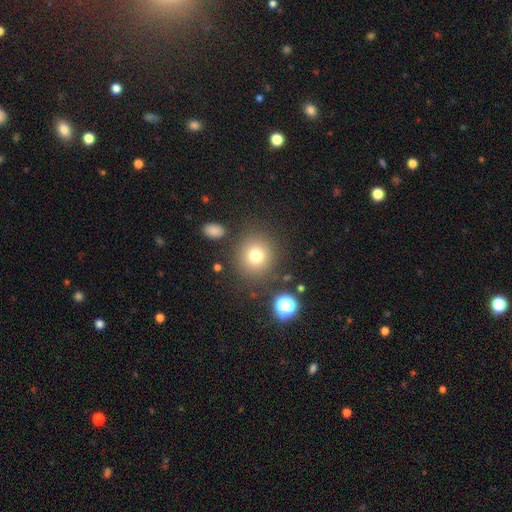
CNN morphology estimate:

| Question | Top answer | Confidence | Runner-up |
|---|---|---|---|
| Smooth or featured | smooth | 76% | star or artifact (15%) |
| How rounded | round | 90% | in between (9%) |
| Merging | none | 84% | minor disturbance (8%) |